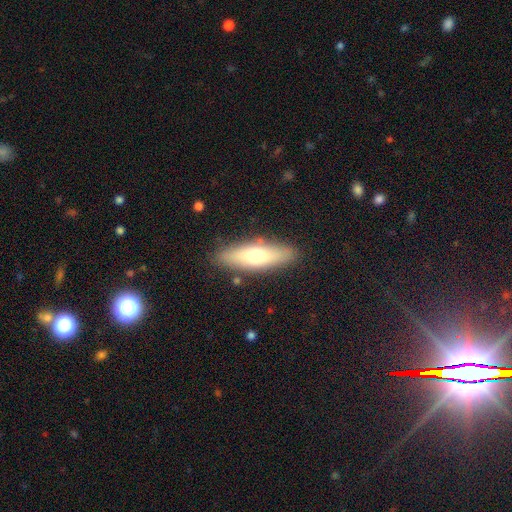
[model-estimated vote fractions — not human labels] Smooth or featured? Predicted: smooth (p=0.61). How rounded? Predicted: cigar-shaped (p=0.51). Merging? Predicted: none (p=0.86).